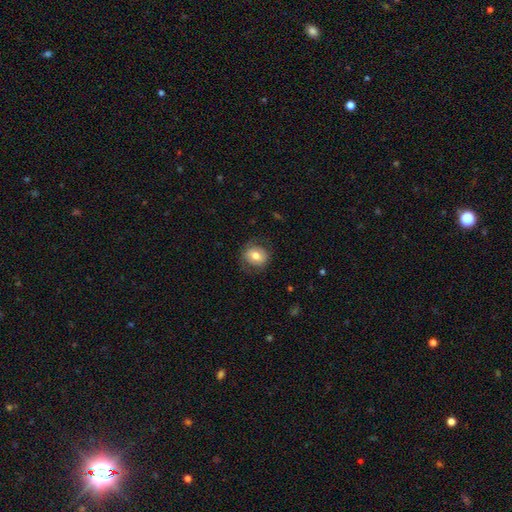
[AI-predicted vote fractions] Smooth or featured? Predicted: smooth (p=0.68). How rounded? Predicted: round (p=0.71). Merging? Predicted: none (p=0.77).